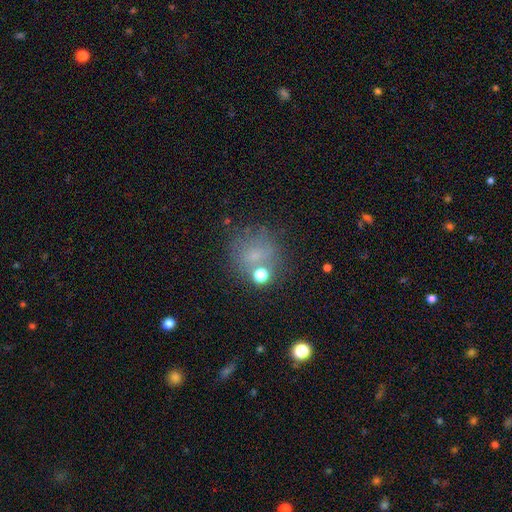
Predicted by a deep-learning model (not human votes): Overall: smooth (60%; star or artifact 22%). How rounded: round (84%). Merging: none (64%).